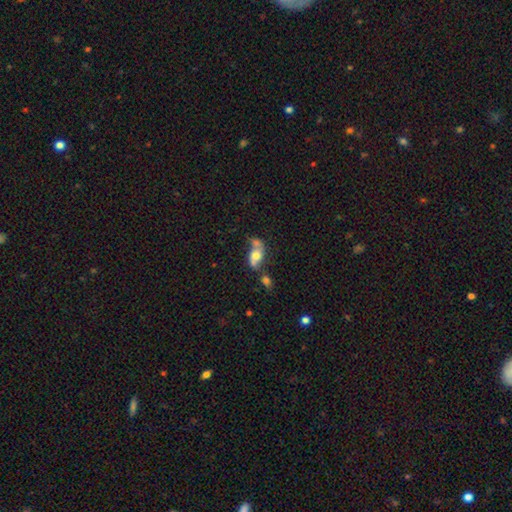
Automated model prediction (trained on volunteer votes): Smooth or featured? smooth (48%)
Merging? merger (37%)